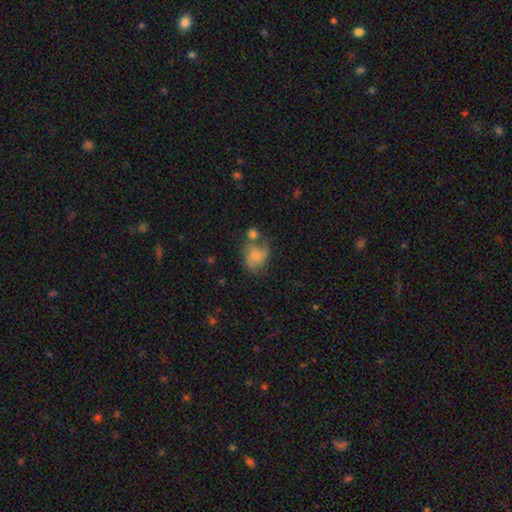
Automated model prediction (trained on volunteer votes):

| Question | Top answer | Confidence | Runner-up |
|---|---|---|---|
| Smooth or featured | smooth | 64% | featured or disk (27%) |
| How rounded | round | 53% | in between (46%) |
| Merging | none | 37% | merger (25%) |